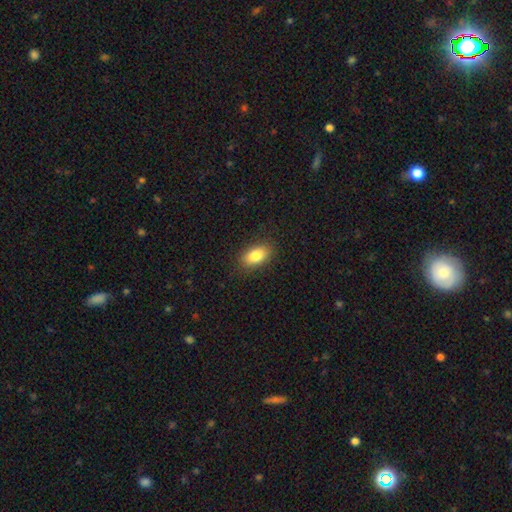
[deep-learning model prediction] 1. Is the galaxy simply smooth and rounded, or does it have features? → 84% smooth, 8% featured or disk, 8% star or artifact.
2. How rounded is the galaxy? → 90% in between, 7% round, 3% cigar-shaped.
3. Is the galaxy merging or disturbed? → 87% none, 9% minor disturbance, 3% major disturbance, 1% merger.